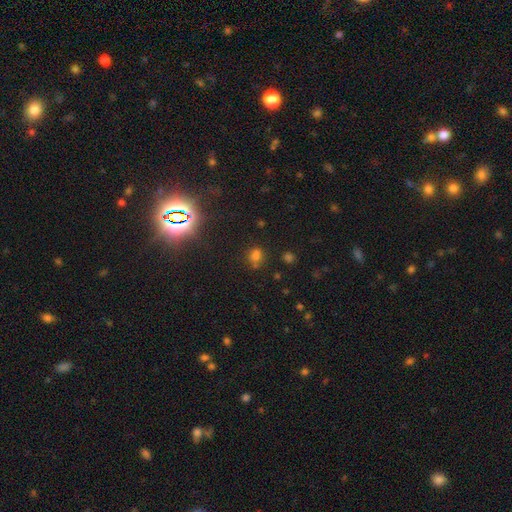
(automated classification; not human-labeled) Overall: smooth (59%; star or artifact 32%). How rounded: round (60%; in between 39%). Merging: none (60%).